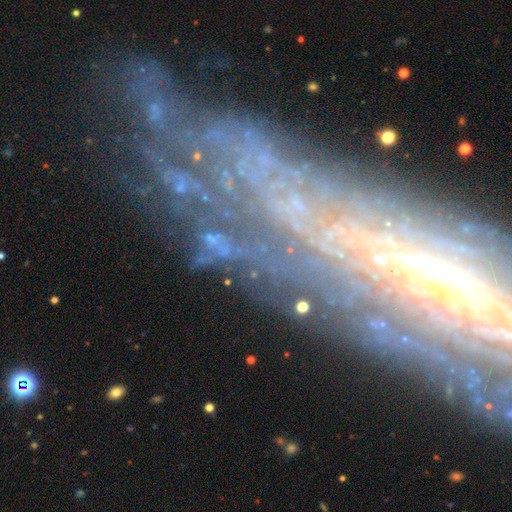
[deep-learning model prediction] A featured or disk galaxy (56%). Merging: none (70%).